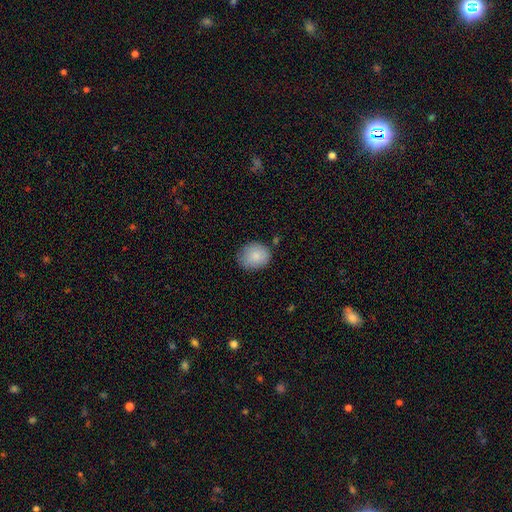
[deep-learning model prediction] This is clearly a smooth galaxy (85%). How rounded: likely round (68%). Merging: likely none (76%).